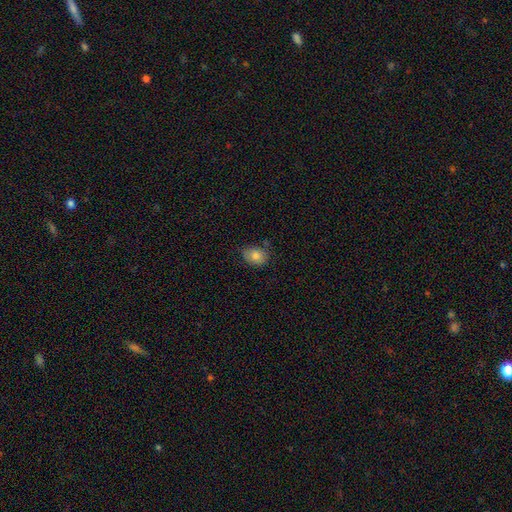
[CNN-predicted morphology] smooth_or_featured: smooth (p=0.81) [alt: featured or disk p=0.10]
how_rounded: in between (p=0.66) [alt: round p=0.33]
merging: none (p=0.72) [alt: minor disturbance p=0.22]